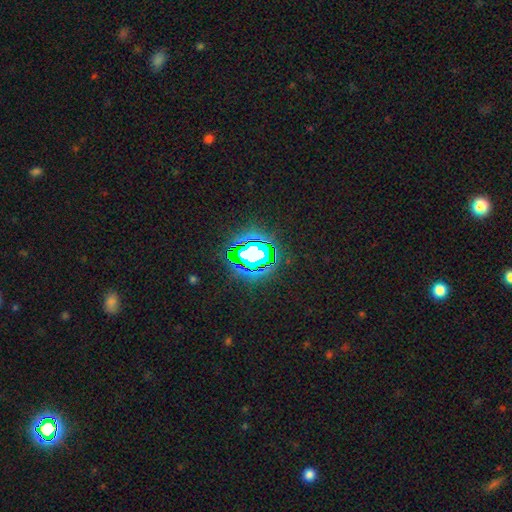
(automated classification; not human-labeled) smooth_or_featured: star or artifact (p=0.72) [alt: smooth p=0.16]